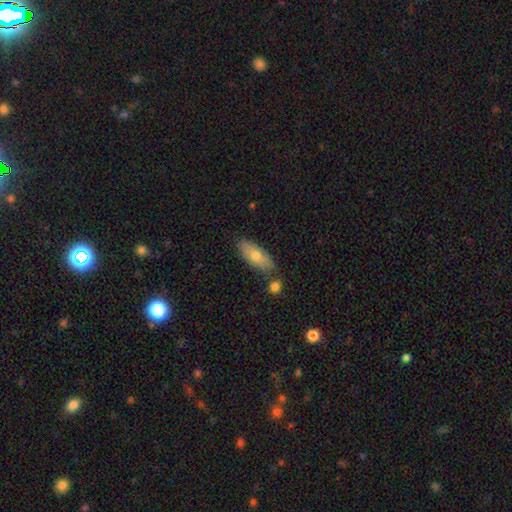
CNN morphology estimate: smooth_or_featured: smooth (p=0.73) [alt: featured or disk p=0.21]
how_rounded: in between (p=0.72) [alt: cigar-shaped p=0.26]
merging: none (p=0.78) [alt: minor disturbance p=0.13]